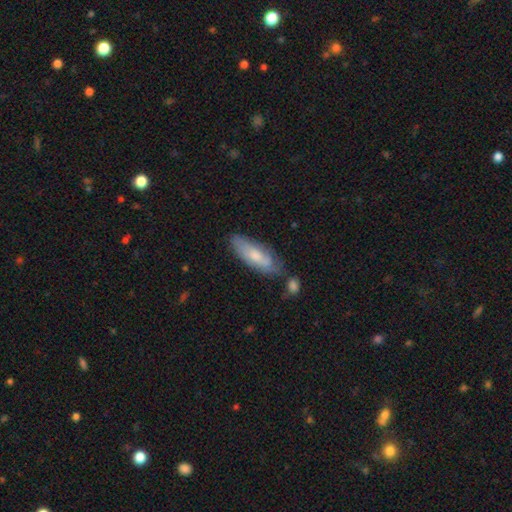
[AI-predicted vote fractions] smooth 57%, featured or disk 37%, star or artifact 6%. Down the decision tree: how rounded — in between (64%); merging — none (62%).